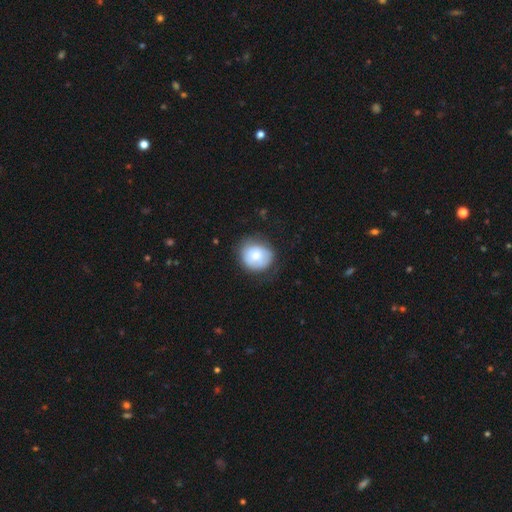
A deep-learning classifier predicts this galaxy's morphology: A smooth galaxy with no disk features (71%) that is round (75%). Merging: none (67%).